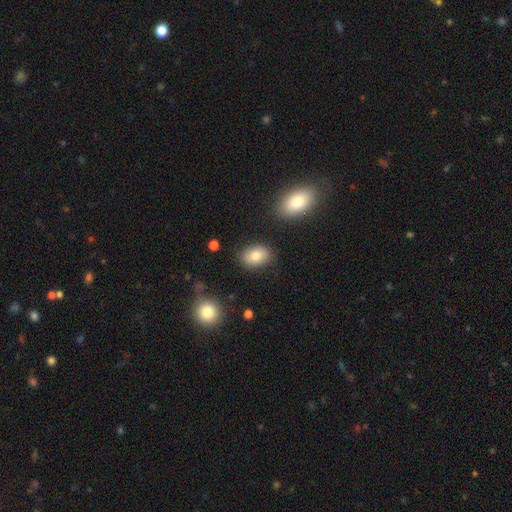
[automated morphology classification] The model was most divided on "how rounded": in between: 79%, round: 19%, cigar-shaped: 1%. More confident: merging — none (83%); smooth or featured — smooth (81%).